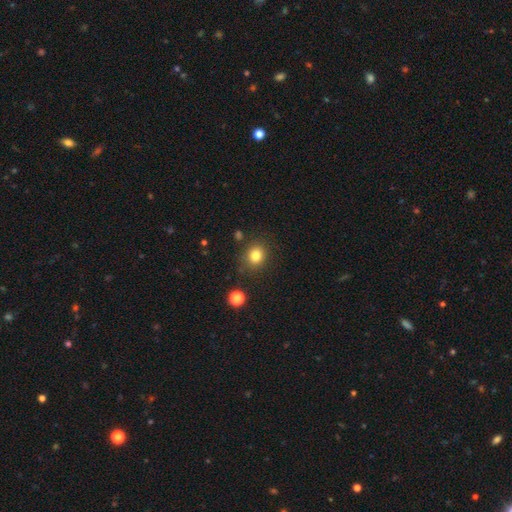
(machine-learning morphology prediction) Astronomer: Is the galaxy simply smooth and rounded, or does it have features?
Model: smooth — 81%.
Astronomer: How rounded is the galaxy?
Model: round — 75%.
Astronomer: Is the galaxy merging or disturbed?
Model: none — 83%.